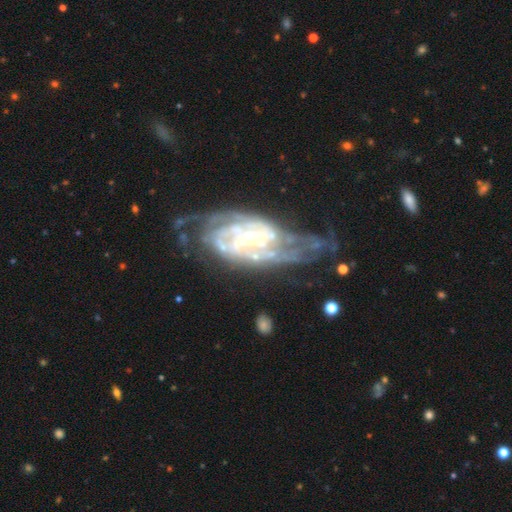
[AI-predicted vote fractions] featured or disk 87%, smooth 6%, star or artifact 6%. Down the decision tree: edge-on disk — no (95%); bar — no (49%); spiral arms — yes (92%); spiral arm count — 2 (35%); spiral winding — tight (51%); bulge size — small (57%); merging — none (51%).